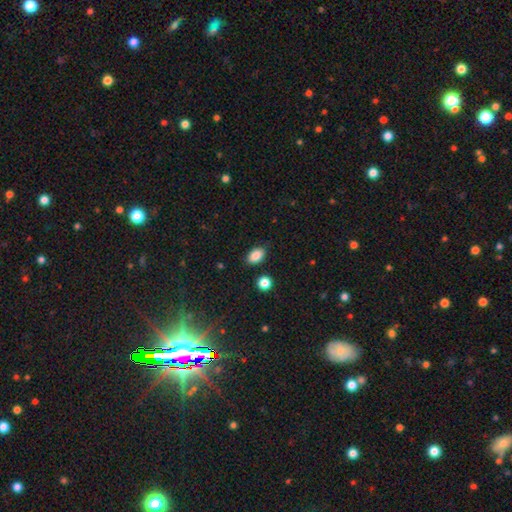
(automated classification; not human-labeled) smooth-or-featured: smooth: 87% | star or artifact: 9% | featured or disk: 4%
  how-rounded: in between: 88% | round: 10% | cigar-shaped: 2%
  merging: none: 84% | minor disturbance: 11% | major disturbance: 2% | merger: 2%